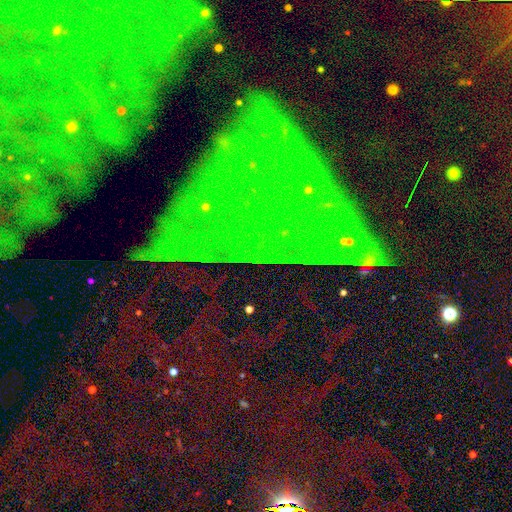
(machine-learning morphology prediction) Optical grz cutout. It shows a star or artifact, not a galaxy (83%).